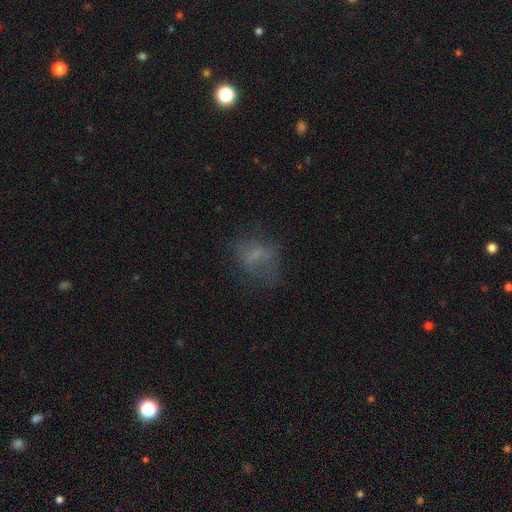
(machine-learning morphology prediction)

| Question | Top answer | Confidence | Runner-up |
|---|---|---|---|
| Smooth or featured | smooth | 52% | featured or disk (30%) |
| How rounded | in between | 65% | round (30%) |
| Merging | none | 49% | major disturbance (25%) |